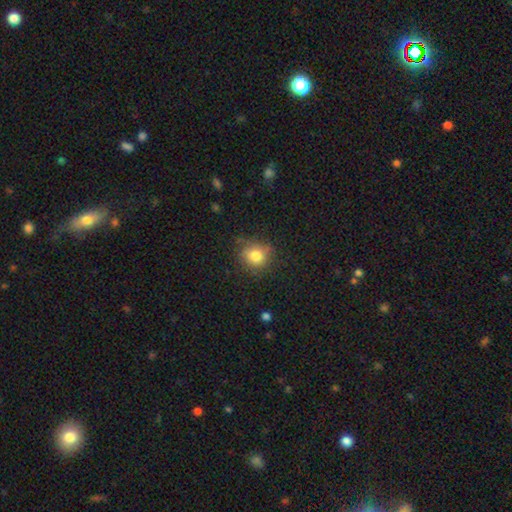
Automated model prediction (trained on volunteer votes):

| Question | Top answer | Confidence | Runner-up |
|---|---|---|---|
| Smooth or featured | smooth | 80% | star or artifact (12%) |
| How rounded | round | 84% | in between (15%) |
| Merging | none | 78% | minor disturbance (16%) |